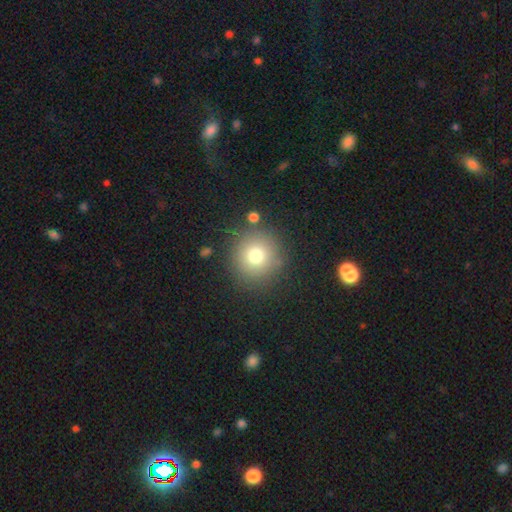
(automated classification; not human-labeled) smooth-or-featured: smooth: 75% | star or artifact: 15% | featured or disk: 11%
  how-rounded: round: 94% | in between: 5% | cigar-shaped: 1%
  merging: none: 84% | minor disturbance: 9% | merger: 4% | major disturbance: 4%